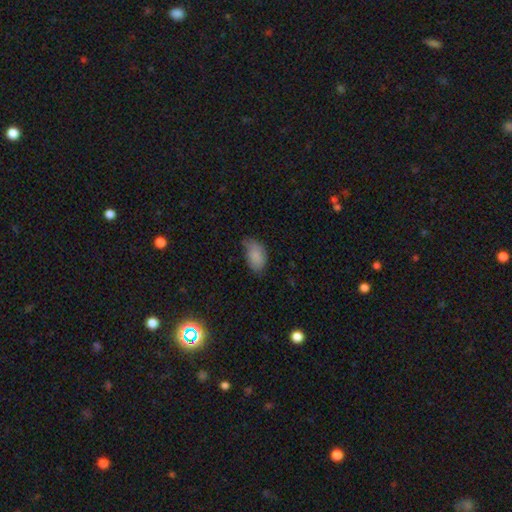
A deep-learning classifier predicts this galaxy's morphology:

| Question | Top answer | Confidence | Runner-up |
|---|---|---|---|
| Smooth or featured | smooth | 84% | featured or disk (8%) |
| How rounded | in between | 93% | round (6%) |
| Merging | none | 51% | minor disturbance (39%) |